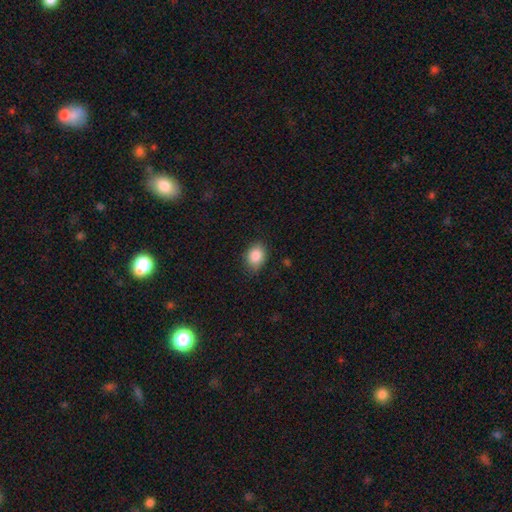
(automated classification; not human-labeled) smooth 86%, star or artifact 9%, featured or disk 5%. Down the decision tree: how rounded — in between (57%); merging — none (84%).